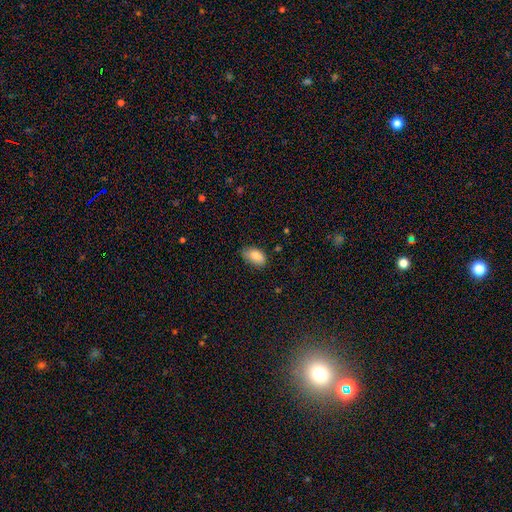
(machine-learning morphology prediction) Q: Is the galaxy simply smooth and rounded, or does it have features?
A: smooth — 85%.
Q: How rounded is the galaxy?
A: in between — 92%.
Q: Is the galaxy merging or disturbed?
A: none — 70%.